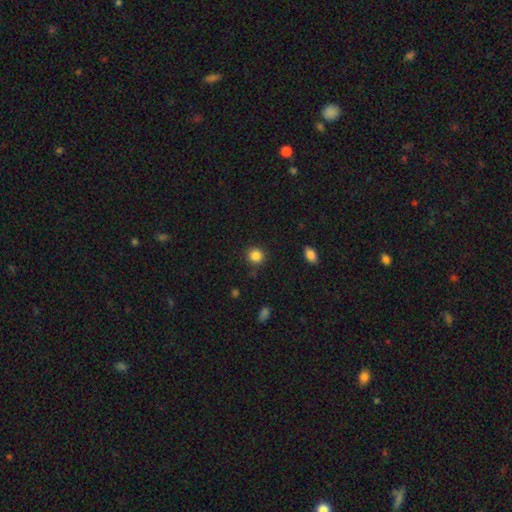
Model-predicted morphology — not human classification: Overall: smooth (86%). How rounded: round (90%). Merging: none (89%).